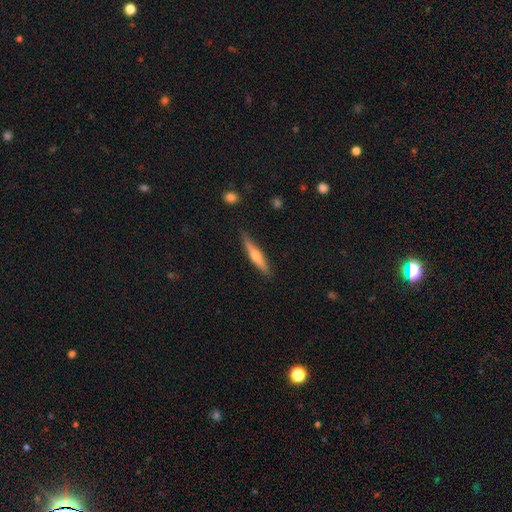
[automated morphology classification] The model was most divided on "smooth or featured": featured or disk: 58%, smooth: 36%, star or artifact: 6%. More confident: edge-on disk — yes (97%); merging — none (88%); edge-on bulge — rounded (87%).